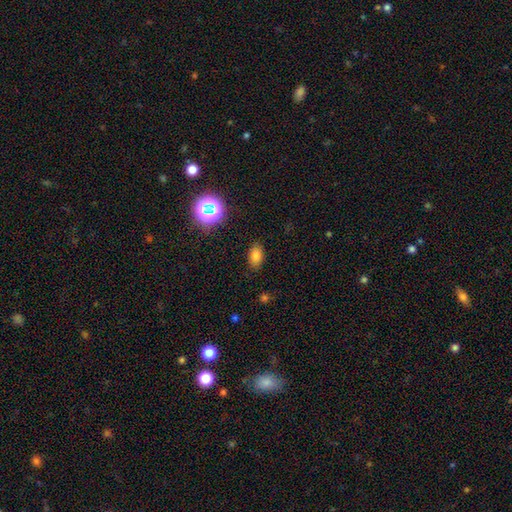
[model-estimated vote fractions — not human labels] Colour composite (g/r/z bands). It shows a smooth galaxy with no disk features (77%) that is in between round and cigar-shaped (88%). Merging: none (85%).